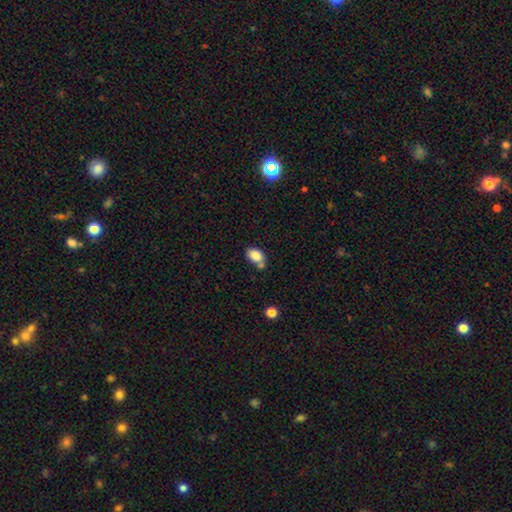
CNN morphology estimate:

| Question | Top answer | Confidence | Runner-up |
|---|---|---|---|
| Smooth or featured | smooth | 85% | star or artifact (9%) |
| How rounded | in between | 84% | round (14%) |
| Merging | none | 57% | minor disturbance (20%) |